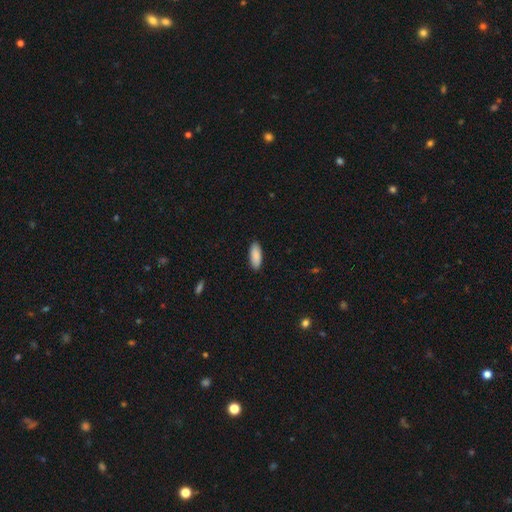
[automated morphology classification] Smooth or featured: smooth — 89% (star or artifact — 6%)
How rounded: in between — 78% (cigar-shaped — 21%)
Merging: none — 90% (minor disturbance — 8%)